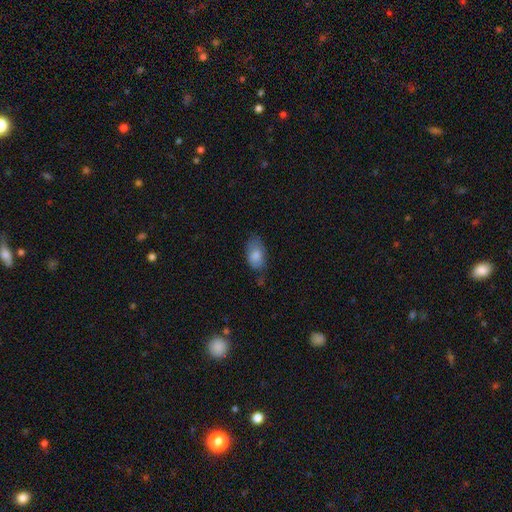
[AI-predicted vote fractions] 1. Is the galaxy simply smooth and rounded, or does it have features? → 79% smooth, 14% featured or disk, 7% star or artifact.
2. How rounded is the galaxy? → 91% in between, 7% round, 2% cigar-shaped.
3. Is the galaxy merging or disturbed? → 58% none, 31% minor disturbance, 8% major disturbance, 2% merger.